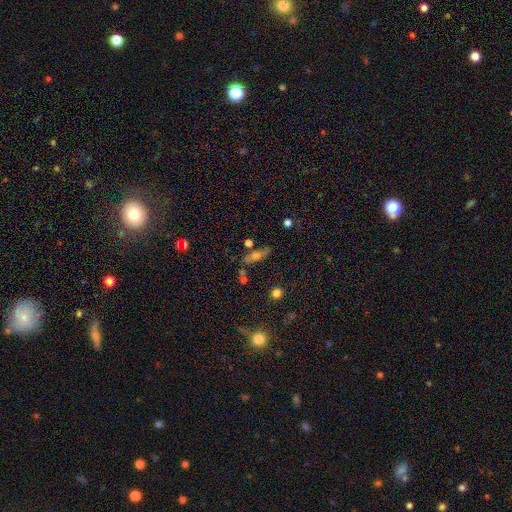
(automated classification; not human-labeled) The model was most divided on "smooth or featured": smooth: 48%, featured or disk: 40%, star or artifact: 12%. More confident: merging — none (66%).